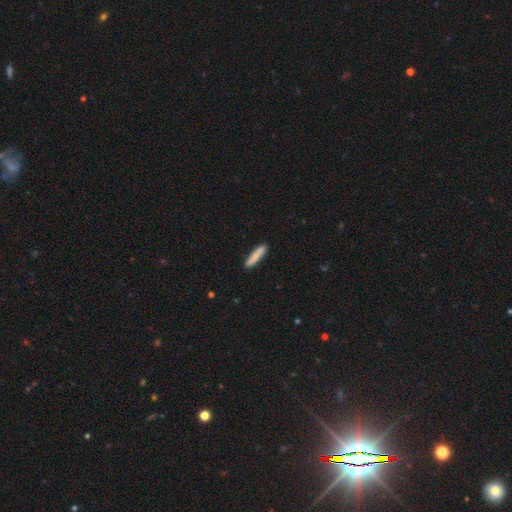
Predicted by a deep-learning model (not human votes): Smooth or featured: smooth — 82% (featured or disk — 13%)
How rounded: cigar-shaped — 90% (in between — 8%)
Merging: none — 87% (minor disturbance — 9%)